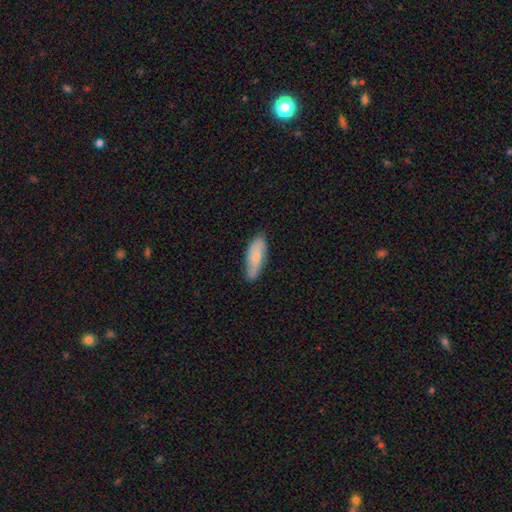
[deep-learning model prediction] smooth-or-featured: smooth: 74% | featured or disk: 20% | star or artifact: 6%
  how-rounded: in between: 61% | cigar-shaped: 38% | round: 2%
  merging: none: 77% | minor disturbance: 18% | major disturbance: 3% | merger: 1%